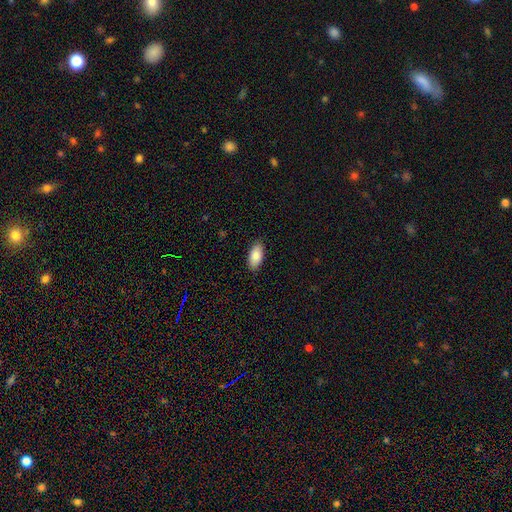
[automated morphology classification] Q: Smooth or featured?
A: smooth (86%); runner-up: featured or disk (7%)
Q: How rounded?
A: in between (92%); runner-up: cigar-shaped (5%)
Q: Merging?
A: none (88%); runner-up: minor disturbance (9%)